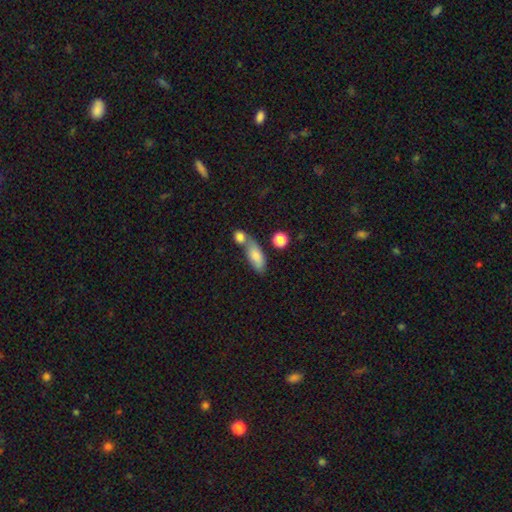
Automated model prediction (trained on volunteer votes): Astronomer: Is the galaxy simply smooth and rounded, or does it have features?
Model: smooth — 78%.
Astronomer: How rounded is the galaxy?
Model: in between — 77%.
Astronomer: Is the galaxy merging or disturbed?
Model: none — 42% (runner-up: merger, 38%).